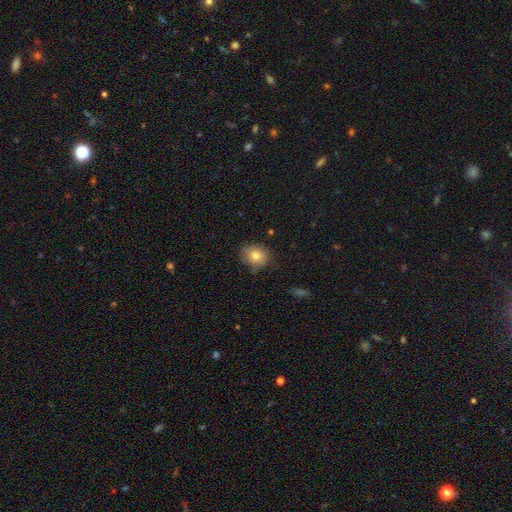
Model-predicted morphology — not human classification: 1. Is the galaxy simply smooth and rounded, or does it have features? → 82% smooth, 9% star or artifact, 9% featured or disk.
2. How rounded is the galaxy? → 59% round, 40% in between, 1% cigar-shaped.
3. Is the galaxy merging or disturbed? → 71% none, 23% minor disturbance, 4% major disturbance, 2% merger.